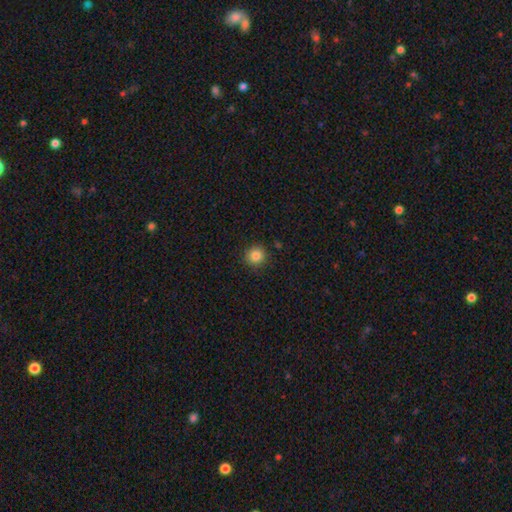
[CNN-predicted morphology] smooth-or-featured: smooth: 84% | star or artifact: 11% | featured or disk: 5%
  how-rounded: round: 93% | in between: 6% | cigar-shaped: 1%
  merging: none: 90% | minor disturbance: 7% | major disturbance: 2% | merger: 1%